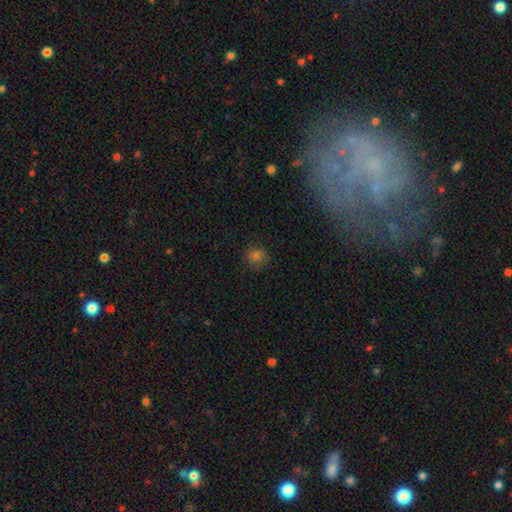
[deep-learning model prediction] Overall: smooth (75%). How rounded: round (86%). Merging: none (83%).